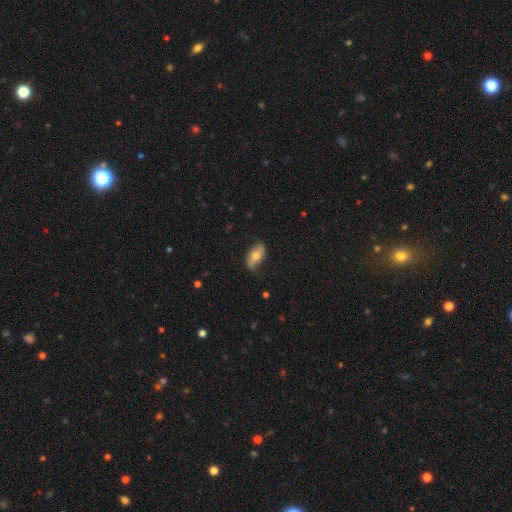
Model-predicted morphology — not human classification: This is possibly a smooth galaxy (54%). How rounded: clearly in between (90%). Merging: likely none (76%).